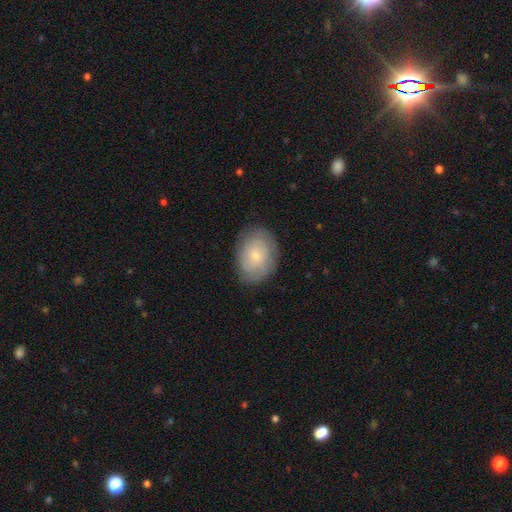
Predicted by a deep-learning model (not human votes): Smooth or featured? Predicted: smooth (p=0.49). Merging? Predicted: none (p=0.79).